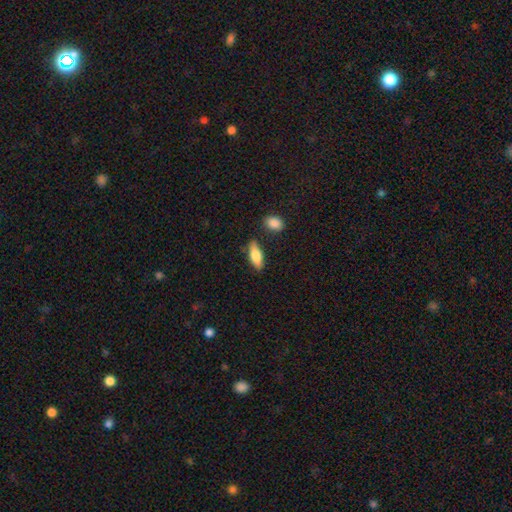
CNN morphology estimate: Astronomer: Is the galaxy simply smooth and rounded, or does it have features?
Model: smooth — 76%.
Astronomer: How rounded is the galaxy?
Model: in between — 72%.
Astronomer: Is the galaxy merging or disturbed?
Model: none — 77%.